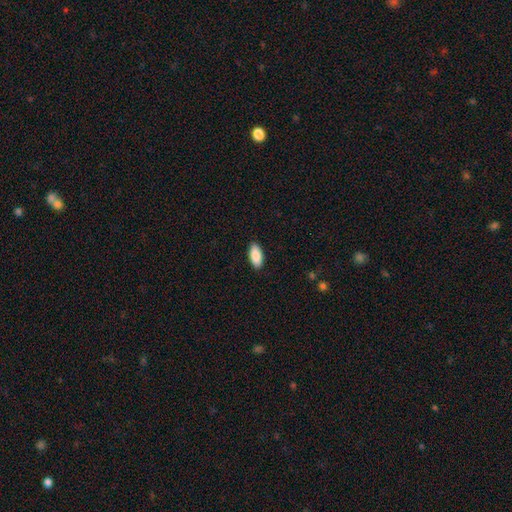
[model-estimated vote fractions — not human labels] Smooth or featured? smooth (90%)
How rounded? in between (90%)
Merging? none (90%)